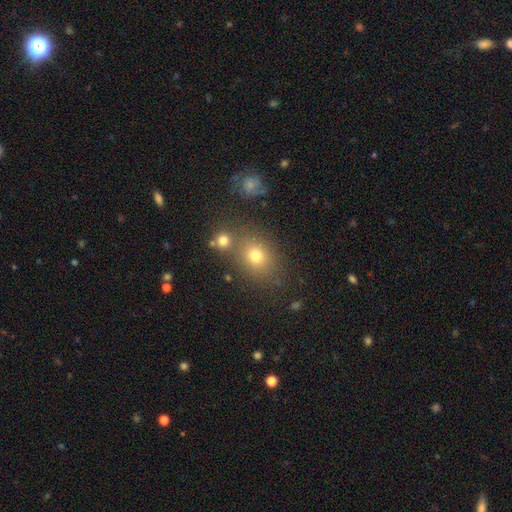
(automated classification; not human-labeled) A smooth galaxy with no disk features (71%) that is round (55%). Merging: none (67%).